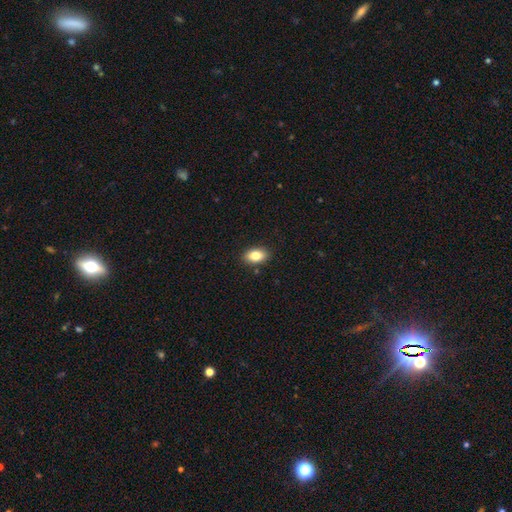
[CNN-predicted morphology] type=smooth (83%); roundness=in between (89%); merging=none (89%).